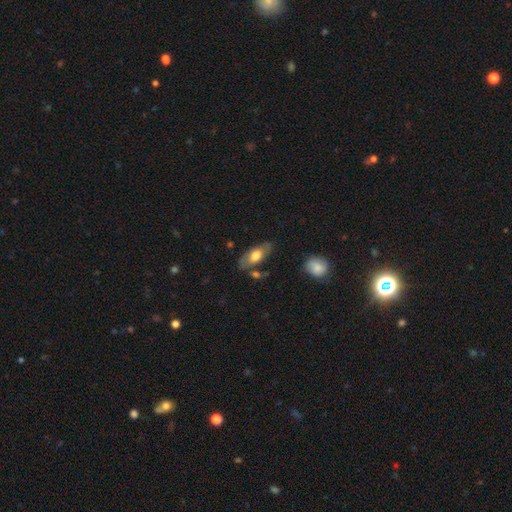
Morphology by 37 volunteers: Smooth or featured?
  - smooth: 65% *
  - featured or disk: 30%
  - star or artifact: 5%
How rounded?
  - in between: 88% *
  - cigar-shaped: 12%
  - round: 0%
Merging?
  - none: 69% *
  - minor disturbance: 17%
  - major disturbance: 9%
  - merger: 6%